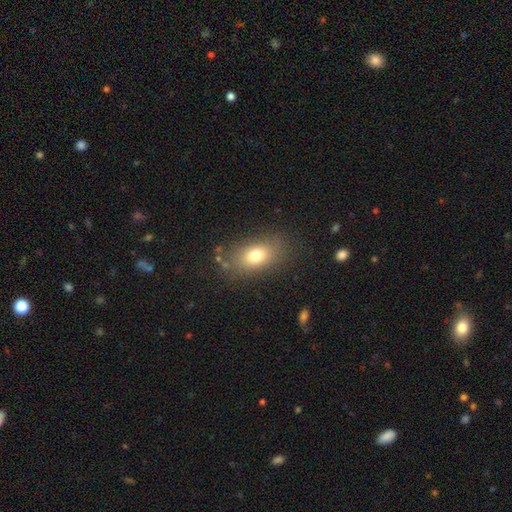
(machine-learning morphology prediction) The model was most divided on "smooth or featured": smooth: 75%, featured or disk: 14%, star or artifact: 11%. More confident: how rounded — in between (83%); merging — none (80%).